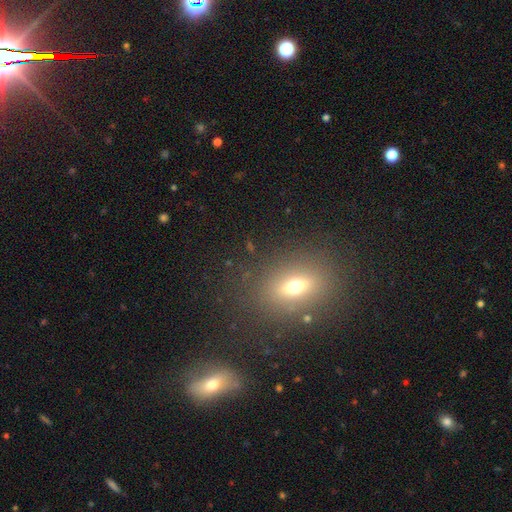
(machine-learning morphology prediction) A smooth galaxy with no disk features (53%) that is in between round and cigar-shaped (67%).

Vote fractions:
- Smooth or featured? smooth: 53% / star or artifact: 32% / featured or disk: 15%
- How rounded? in between: 67% / round: 29% / cigar-shaped: 4%
- Merging? none: 79% / minor disturbance: 9% / merger: 8% / major disturbance: 4%